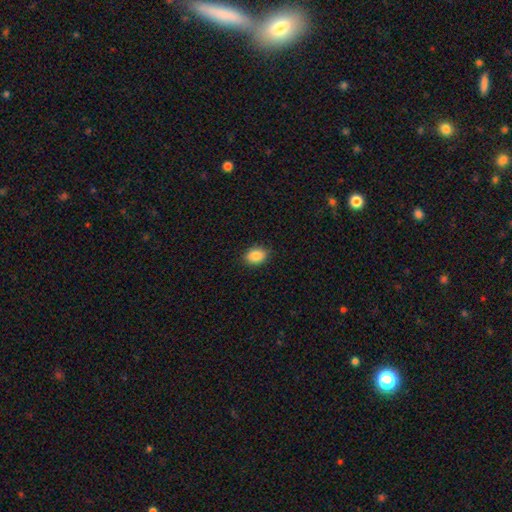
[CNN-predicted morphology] type=smooth (88%); roundness=in between (72%); merging=none (88%).